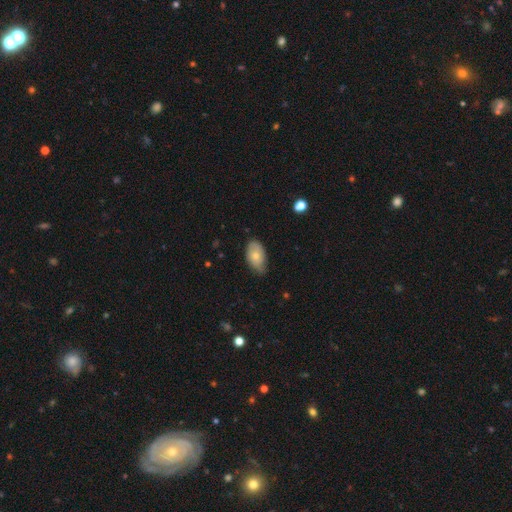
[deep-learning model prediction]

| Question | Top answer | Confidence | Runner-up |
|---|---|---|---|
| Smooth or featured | smooth | 68% | featured or disk (25%) |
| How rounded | in between | 92% | round (6%) |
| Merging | none | 63% | minor disturbance (32%) |